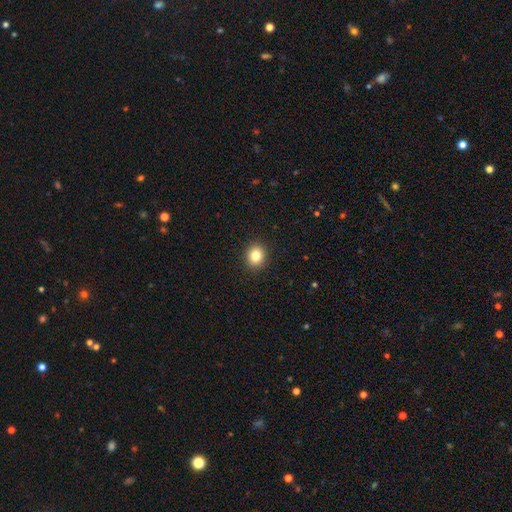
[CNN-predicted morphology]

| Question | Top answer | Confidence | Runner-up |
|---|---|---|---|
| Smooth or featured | smooth | 83% | star or artifact (11%) |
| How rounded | round | 76% | in between (23%) |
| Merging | none | 92% | minor disturbance (5%) |